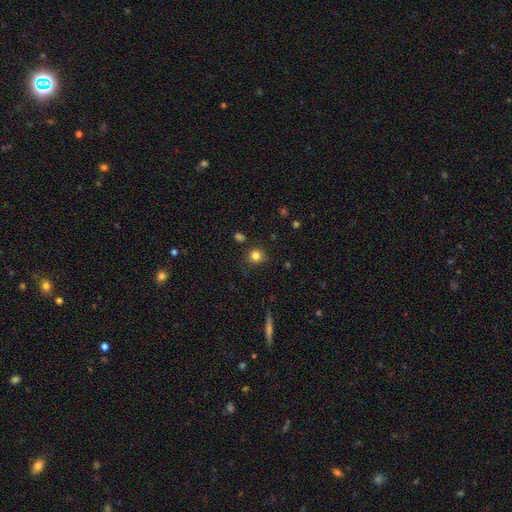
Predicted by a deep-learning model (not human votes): A smooth galaxy with no disk features (81%) that is round (90%). Merging: none (83%).